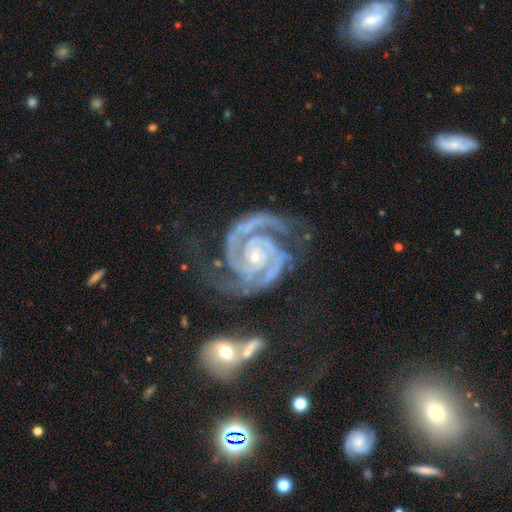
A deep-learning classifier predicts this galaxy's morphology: Overall: featured or disk (94%). Edge-on disk: no (98%). Bar: no (70%). Spiral arms: yes (99%). Spiral arm count: 2 (81%). Spiral winding: tight (70%). Bulge size: small (77%). Merging: none (58%; minor disturbance 21%).